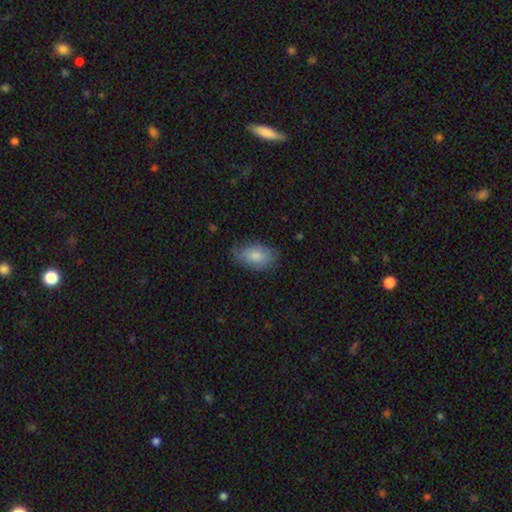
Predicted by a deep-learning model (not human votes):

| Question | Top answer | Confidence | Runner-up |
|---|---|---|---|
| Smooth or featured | smooth | 83% | featured or disk (11%) |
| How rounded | in between | 93% | round (5%) |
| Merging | none | 77% | minor disturbance (18%) |